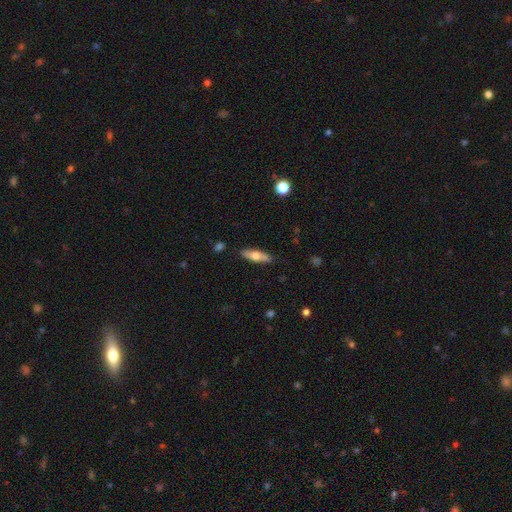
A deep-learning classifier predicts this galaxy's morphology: Smooth or featured: smooth — 59% (featured or disk — 35%)
How rounded: cigar-shaped — 57% (in between — 41%)
Merging: none — 86% (minor disturbance — 11%)